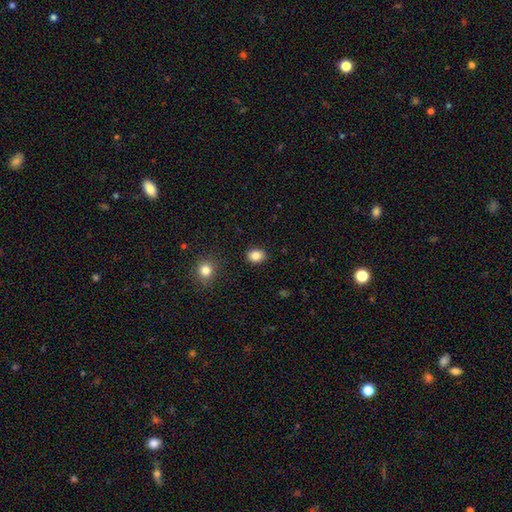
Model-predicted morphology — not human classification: A smooth galaxy with no disk features (86%) that is in between round and cigar-shaped (51%). Merging: none (89%).